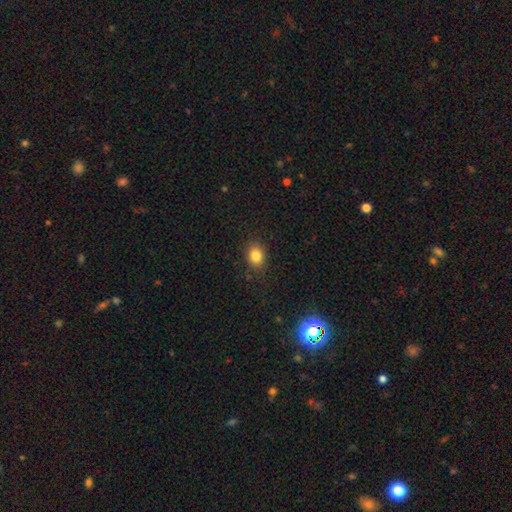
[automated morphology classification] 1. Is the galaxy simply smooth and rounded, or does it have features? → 83% smooth, 11% star or artifact, 6% featured or disk.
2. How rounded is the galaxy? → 50% in between, 49% round, 1% cigar-shaped.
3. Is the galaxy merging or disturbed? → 86% none, 10% minor disturbance, 3% major disturbance, 1% merger.